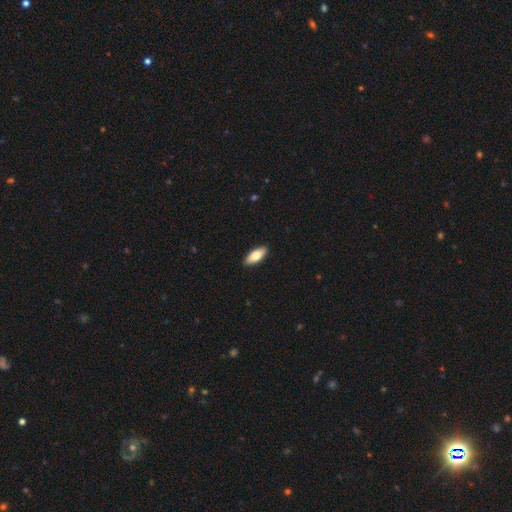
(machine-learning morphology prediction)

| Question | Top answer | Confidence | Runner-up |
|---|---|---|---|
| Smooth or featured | smooth | 77% | featured or disk (18%) |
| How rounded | in between | 82% | cigar-shaped (16%) |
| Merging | none | 91% | minor disturbance (7%) |